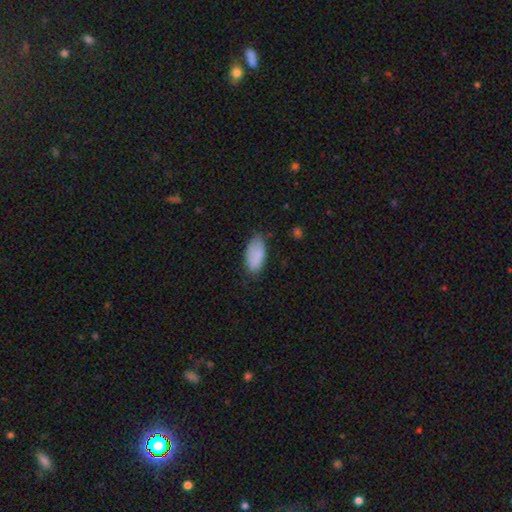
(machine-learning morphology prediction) smooth-or-featured: smooth: 84% | featured or disk: 9% | star or artifact: 7%
  how-rounded: in between: 92% | cigar-shaped: 5% | round: 2%
  merging: none: 65% | minor disturbance: 27% | major disturbance: 6% | merger: 2%